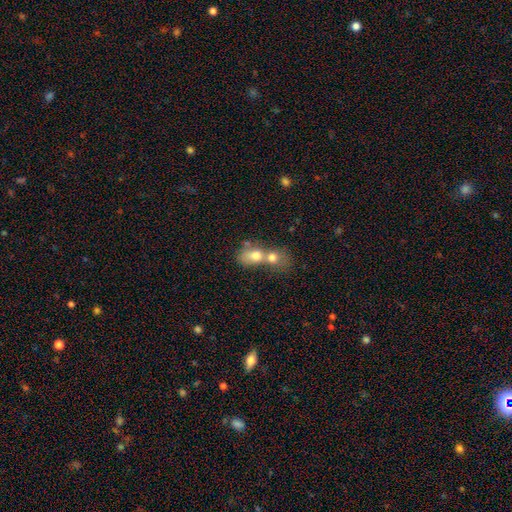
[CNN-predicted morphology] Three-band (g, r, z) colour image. It shows a smooth galaxy with no disk features (68%) that is in between round and cigar-shaped (57%). Merging: merger (78%).